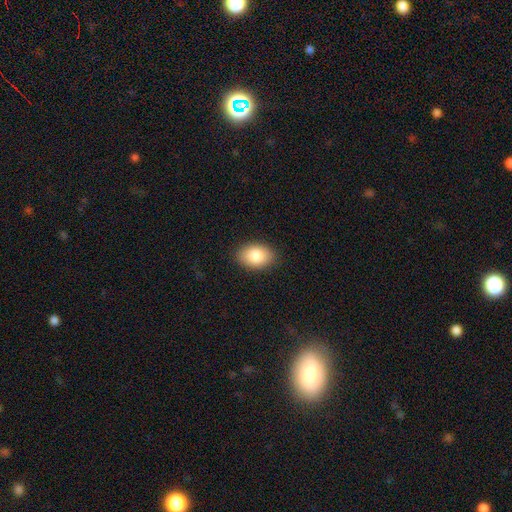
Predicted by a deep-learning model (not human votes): Morphology: type=smooth (85%); roundness=in between (85%); merging=none (89%).